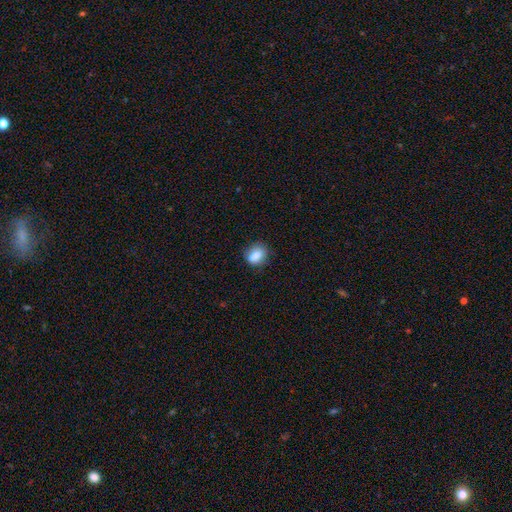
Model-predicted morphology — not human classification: Smooth or featured? smooth (83%)
How rounded? in between (58%)
Merging? none (71%)